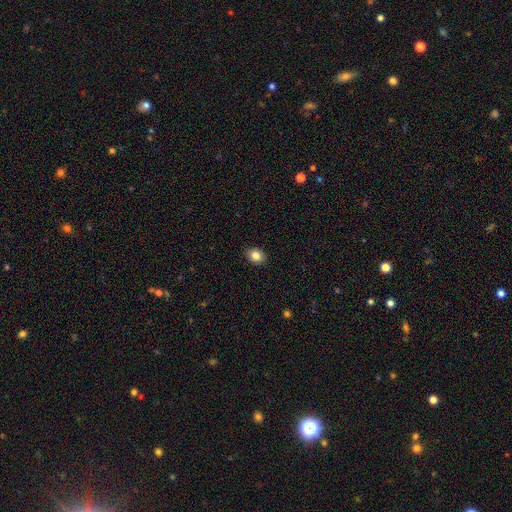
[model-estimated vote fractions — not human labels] Smooth or featured? smooth (84%)
How rounded? in between (61%)
Merging? none (89%)